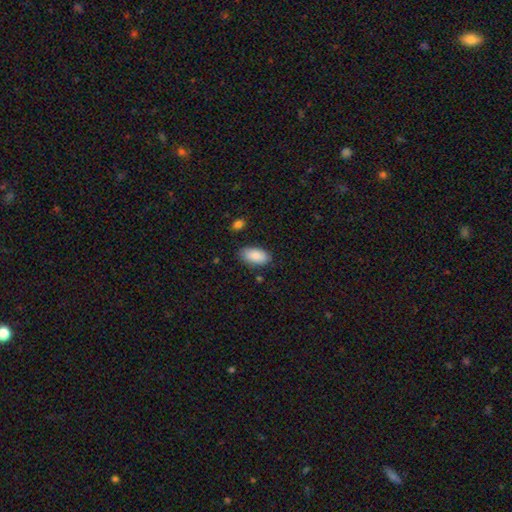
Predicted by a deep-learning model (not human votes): A smooth galaxy with no disk features (87%) that is in between round and cigar-shaped (94%).

Vote fractions:
- Smooth or featured? smooth: 87% / featured or disk: 7% / star or artifact: 6%
- How rounded? in between: 94% / round: 3% / cigar-shaped: 3%
- Merging? none: 82% / minor disturbance: 13% / major disturbance: 3% / merger: 2%